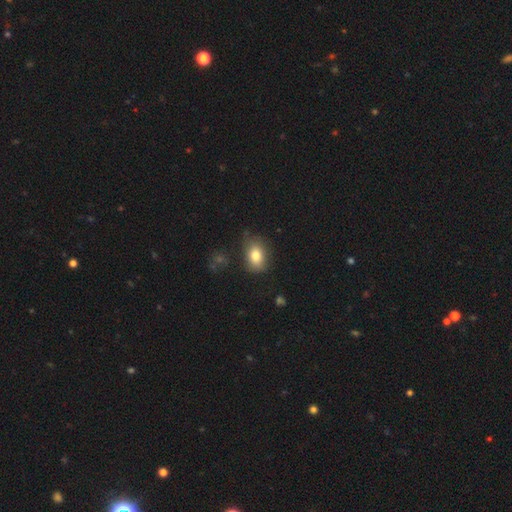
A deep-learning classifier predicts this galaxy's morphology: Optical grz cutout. It shows a smooth galaxy with no disk features (79%) that is in between round and cigar-shaped (78%). Merging: none (71%).